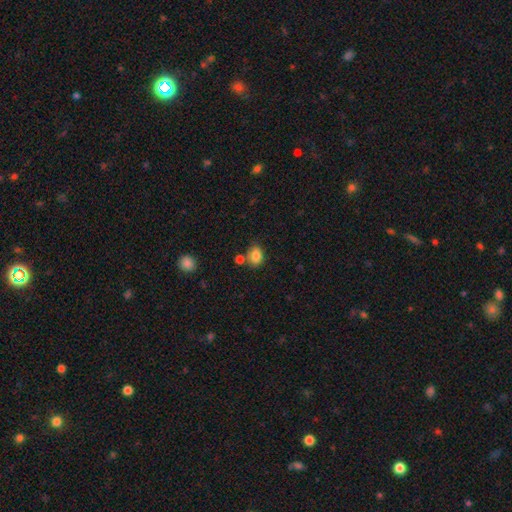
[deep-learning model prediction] A smooth galaxy with no disk features (83%) that is in between round and cigar-shaped (64%).

Vote fractions:
- Smooth or featured? smooth: 83% / star or artifact: 10% / featured or disk: 7%
- How rounded? in between: 64% / round: 35% / cigar-shaped: 1%
- Merging? none: 65% / minor disturbance: 17% / merger: 14% / major disturbance: 4%